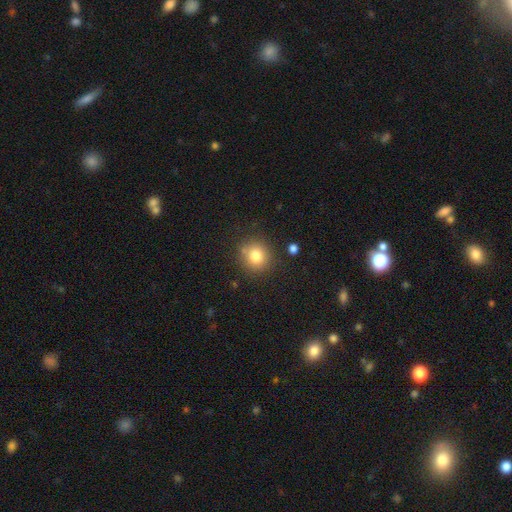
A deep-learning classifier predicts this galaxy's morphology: Smooth or featured? Predicted: smooth (p=0.80). How rounded? Predicted: round (p=0.89). Merging? Predicted: none (p=0.82).